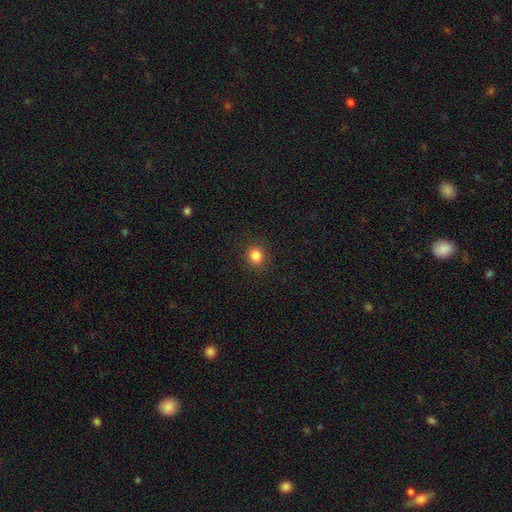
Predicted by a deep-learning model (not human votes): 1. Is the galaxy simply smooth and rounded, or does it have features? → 84% smooth, 12% star or artifact, 4% featured or disk.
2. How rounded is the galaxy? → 84% round, 15% in between, 1% cigar-shaped.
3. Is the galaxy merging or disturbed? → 90% none, 7% minor disturbance, 2% major disturbance, 1% merger.